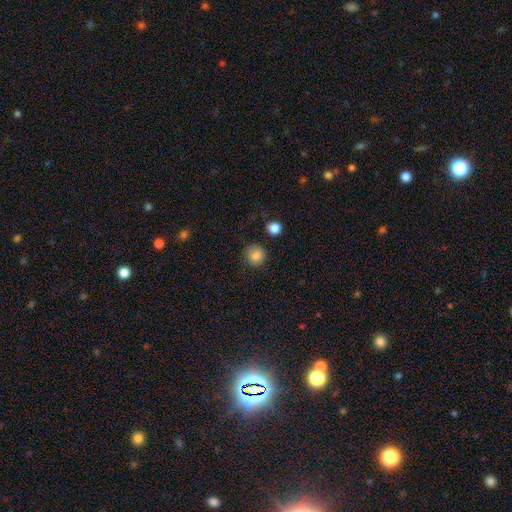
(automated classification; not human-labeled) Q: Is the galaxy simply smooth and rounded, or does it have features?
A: smooth — 84%.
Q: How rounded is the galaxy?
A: round — 91%.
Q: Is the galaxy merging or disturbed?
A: none — 82%.